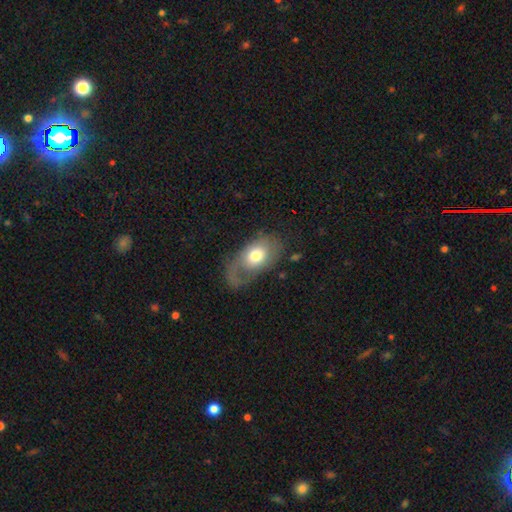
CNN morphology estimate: The model was most divided on "merging": none: 43%, major disturbance: 29%, minor disturbance: 25%, merger: 3%. More confident: how rounded — in between (86%); smooth or featured — smooth (56%).